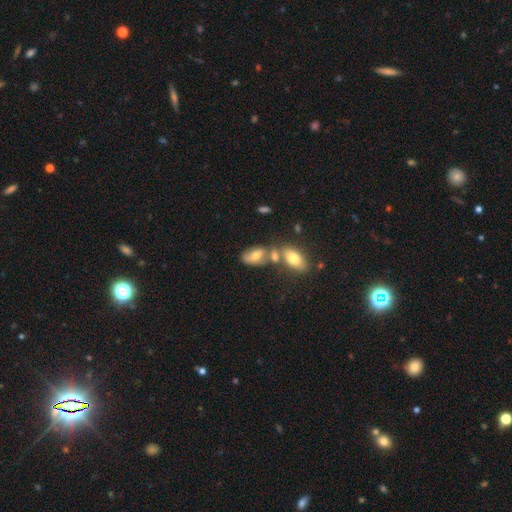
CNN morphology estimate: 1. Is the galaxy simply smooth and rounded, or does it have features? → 62% smooth, 28% featured or disk, 9% star or artifact.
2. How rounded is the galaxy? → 89% in between, 6% round, 5% cigar-shaped.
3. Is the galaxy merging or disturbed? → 41% merger, 40% none, 14% minor disturbance, 6% major disturbance.